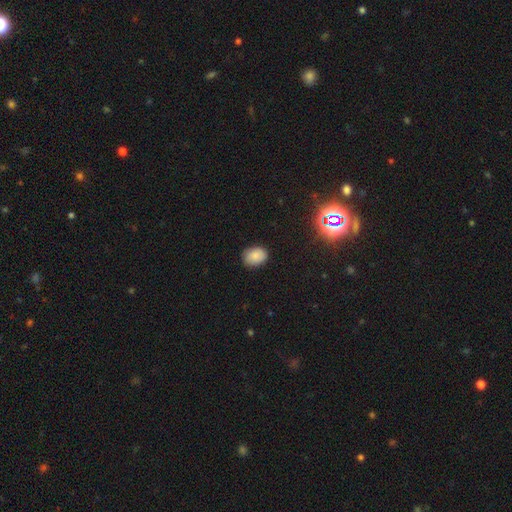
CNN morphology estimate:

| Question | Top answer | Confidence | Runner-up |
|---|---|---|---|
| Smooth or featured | smooth | 84% | star or artifact (10%) |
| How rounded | in between | 74% | round (25%) |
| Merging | none | 82% | minor disturbance (15%) |